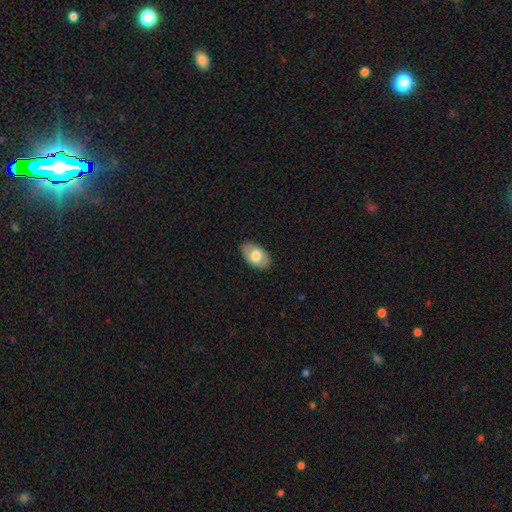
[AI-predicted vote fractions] smooth_or_featured: smooth (p=0.70) [alt: featured or disk p=0.24]
how_rounded: in between (p=0.93) [alt: round p=0.06]
merging: none (p=0.85) [alt: minor disturbance p=0.11]